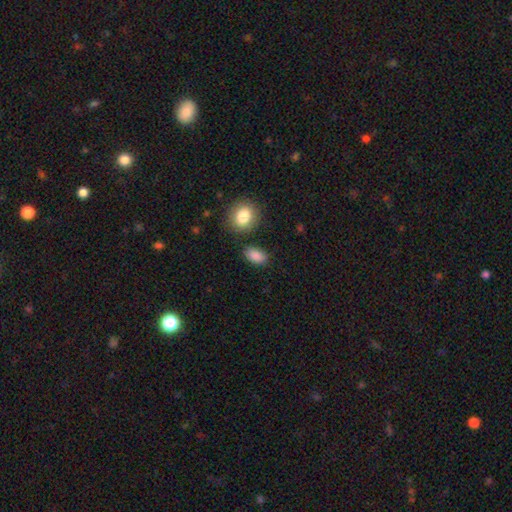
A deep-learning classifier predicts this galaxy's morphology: Overall: smooth (87%). How rounded: in between (89%). Merging: none (81%).